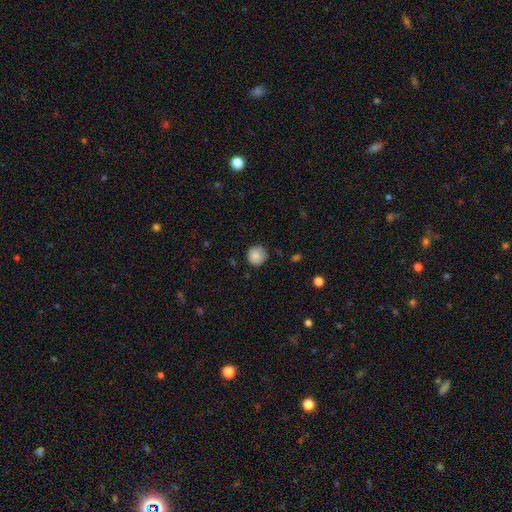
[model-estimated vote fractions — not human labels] Q: Smooth or featured?
A: smooth (85%); runner-up: star or artifact (9%)
Q: How rounded?
A: round (93%); runner-up: in between (6%)
Q: Merging?
A: none (80%); runner-up: minor disturbance (16%)